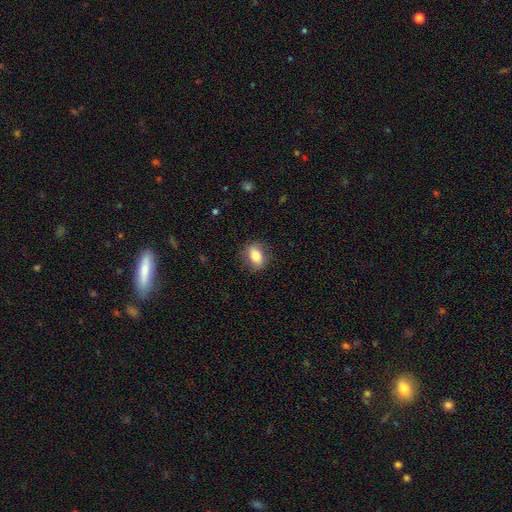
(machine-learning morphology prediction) Overall: smooth (79%). How rounded: in between (77%). Merging: none (82%).